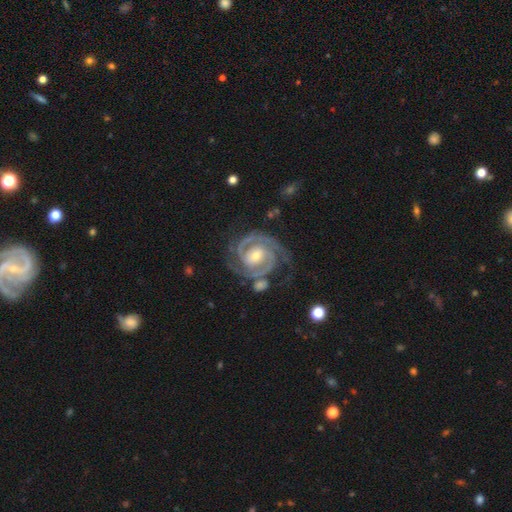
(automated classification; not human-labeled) featured or disk 93%, star or artifact 4%, smooth 3%. Down the decision tree: edge-on disk — no (98%); bar — no (40%); spiral arms — yes (99%); spiral arm count — 2 (79%); spiral winding — tight (75%); bulge size — moderate (51%); merging — none (73%).